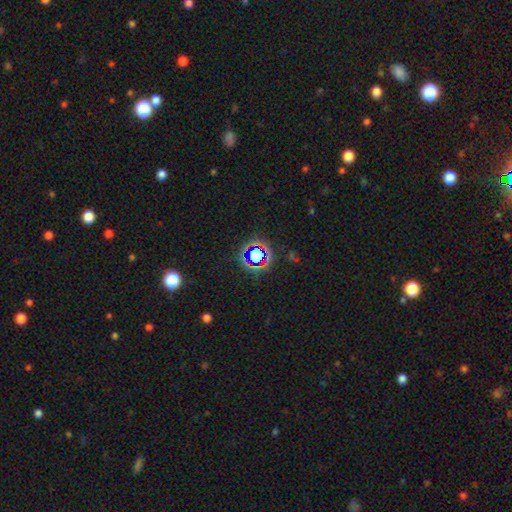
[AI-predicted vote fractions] The model was most divided on "smooth or featured": star or artifact: 66%, smooth: 23%, featured or disk: 11%.